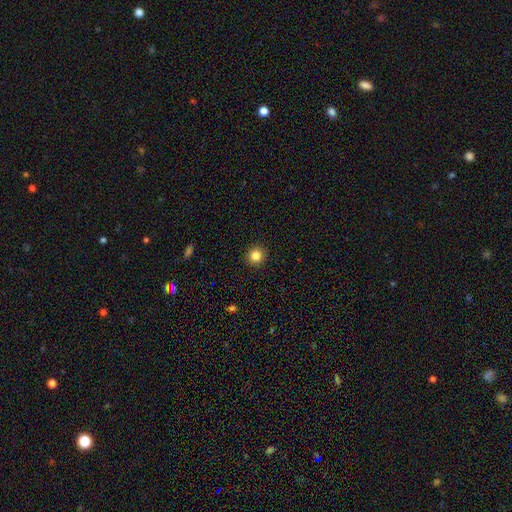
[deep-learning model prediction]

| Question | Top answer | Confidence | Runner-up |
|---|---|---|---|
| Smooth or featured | smooth | 83% | star or artifact (12%) |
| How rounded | round | 94% | in between (5%) |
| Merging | none | 93% | minor disturbance (4%) |